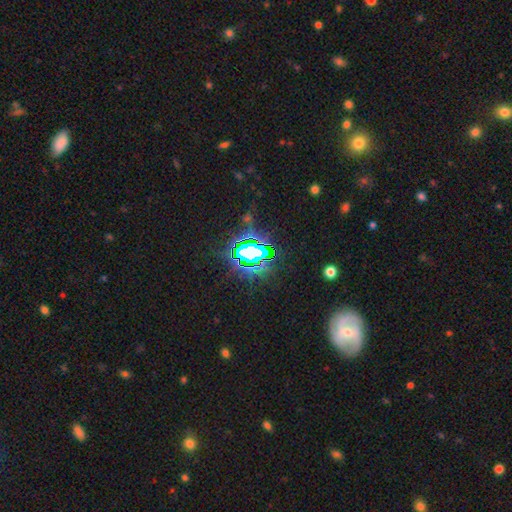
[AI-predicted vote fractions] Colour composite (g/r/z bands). It shows a star or artifact, not a galaxy (74%).